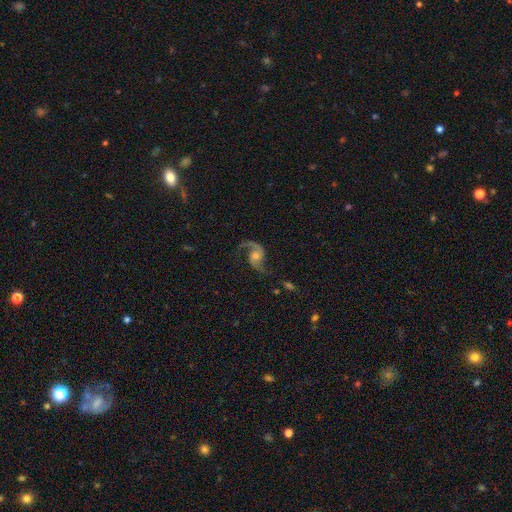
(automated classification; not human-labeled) Smooth or featured? Predicted: featured or disk (p=0.89). Edge-on disk? Predicted: no (p=0.98). Bar? Predicted: no (p=0.66). Spiral arms? Predicted: yes (p=0.97). Spiral winding? Predicted: loose (p=0.65). Spiral arm count? Predicted: 2 (p=0.90). Bulge size? Predicted: moderate (p=0.52). Merging? Predicted: none (p=0.70).